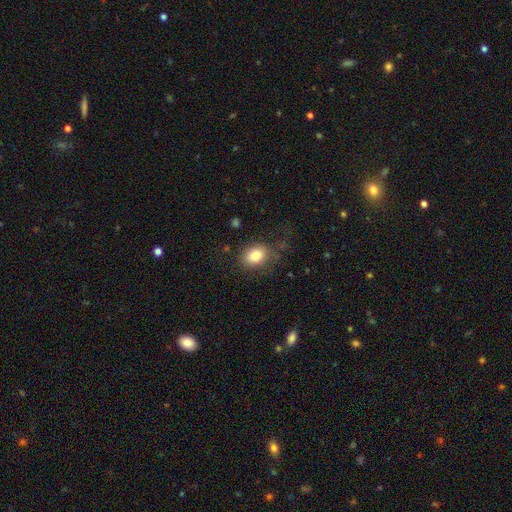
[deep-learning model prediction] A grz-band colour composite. It shows a smooth galaxy with no disk features (83%) that is in between round and cigar-shaped (69%). Merging: none (66%).